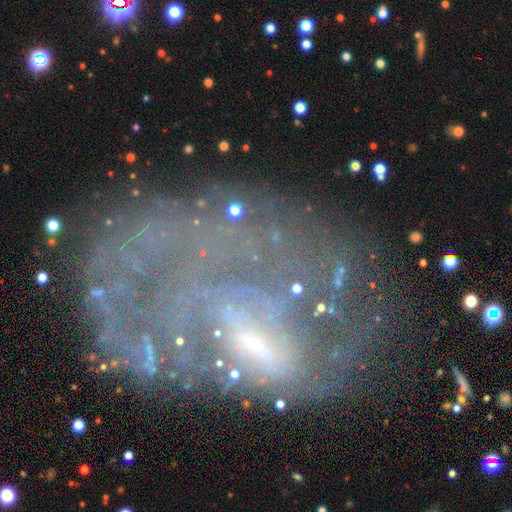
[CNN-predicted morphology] Smooth or featured: featured or disk — 70% (star or artifact — 16%)
Edge-on disk: no — 96% (yes — 4%)
Bar: no — 47% (weak — 35%)
Spiral arms: yes — 57% (no — 43%)
Bulge size: small — 48% (none — 26%)
Merging: none — 39% (major disturbance — 35%)